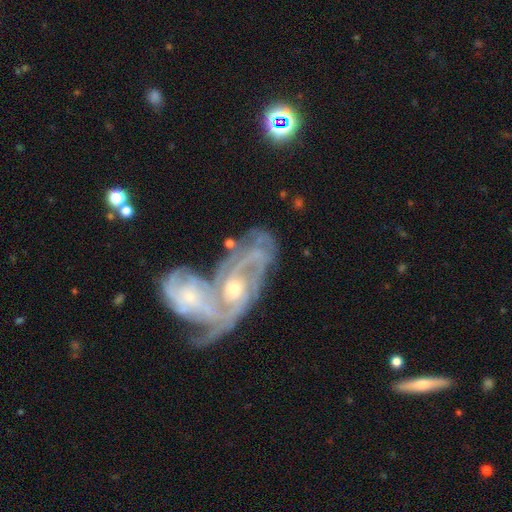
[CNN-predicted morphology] This appears to be a featured or disk galaxy (87%) with no bar (69%), 3 (26%, tied with can't tell) tight (48%) spiral arms (94%) and a small central bulge (49%). Merging: merger (67%).